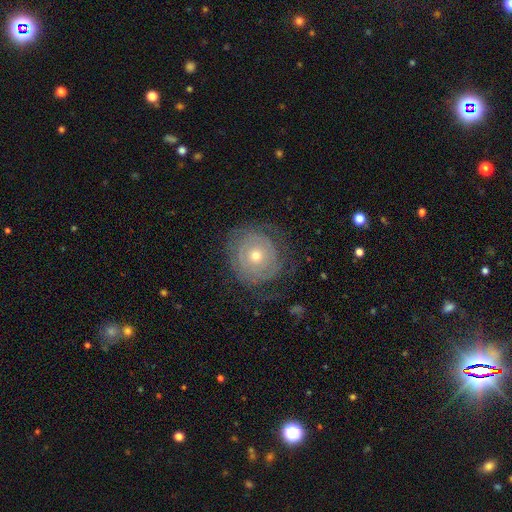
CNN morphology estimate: Smooth or featured: featured or disk — 71% (smooth — 21%)
Edge-on disk: no — 97% (yes — 3%)
Bar: no — 85% (weak — 11%)
Spiral arms: yes — 72% (no — 28%)
Bulge size: moderate — 51% (small — 45%)
Merging: none — 73% (minor disturbance — 15%)